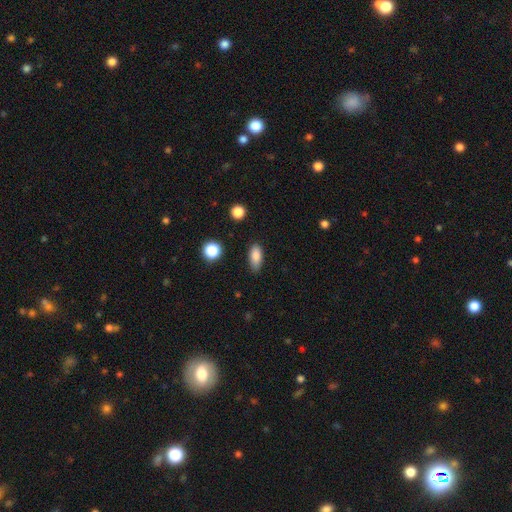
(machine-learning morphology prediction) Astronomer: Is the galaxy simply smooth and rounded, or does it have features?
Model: smooth — 85%.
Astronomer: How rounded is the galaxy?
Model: in between — 83%.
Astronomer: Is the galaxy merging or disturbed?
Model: none — 83%.